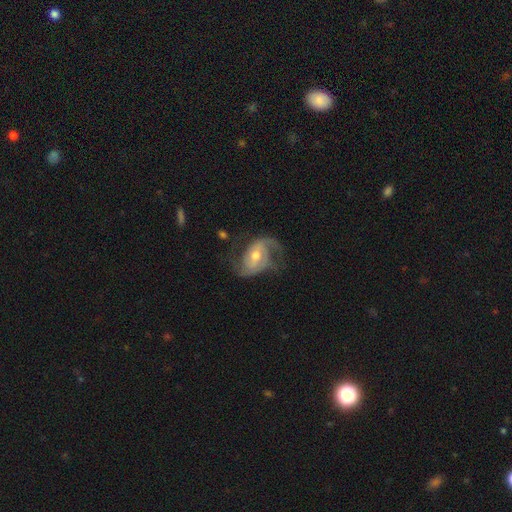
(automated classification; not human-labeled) This is clearly a featured or disk galaxy (83%). It is clearly not viewed edge-on (97%). Bar: marginally weak (41%, tied with no). Spiral arm pattern: clearly yes (94%). Spiral arm count: likely 2 (79%). Spiral winding: marginally medium (44%). Central bulge: likely moderate (63%). Merging: possibly none (59%).